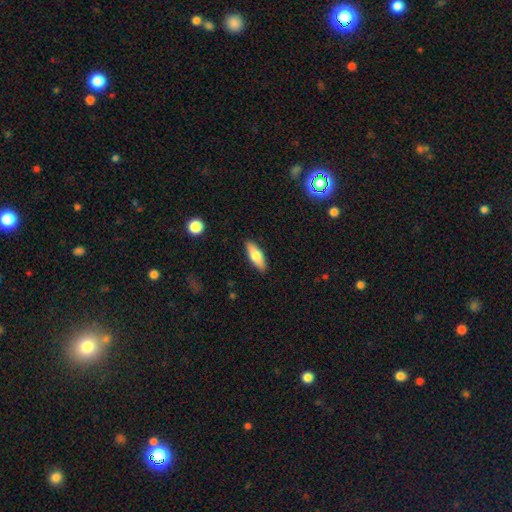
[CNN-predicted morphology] Overall: smooth (72%). How rounded: in between (60%; cigar-shaped 38%). Merging: none (89%).